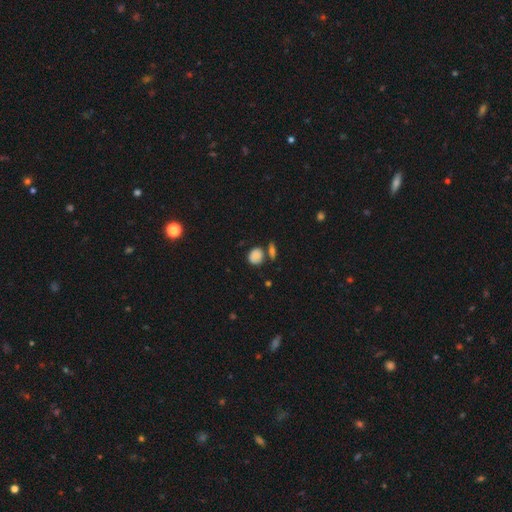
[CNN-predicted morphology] smooth-or-featured: smooth: 81% | star or artifact: 10% | featured or disk: 8%
  how-rounded: round: 66% | in between: 32% | cigar-shaped: 2%
  merging: none: 59% | merger: 18% | minor disturbance: 18% | major disturbance: 5%